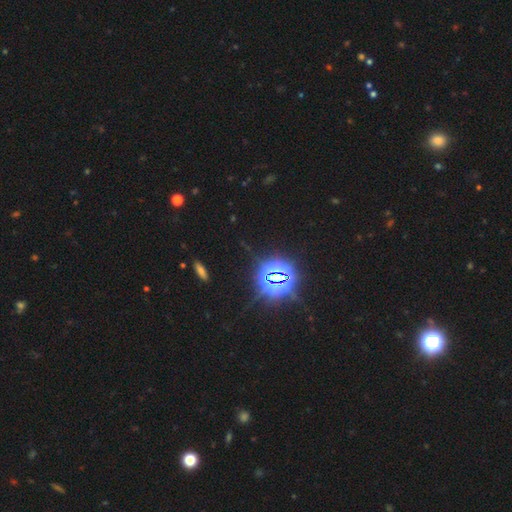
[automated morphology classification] star or artifact 83%, smooth 10%, featured or disk 7%.